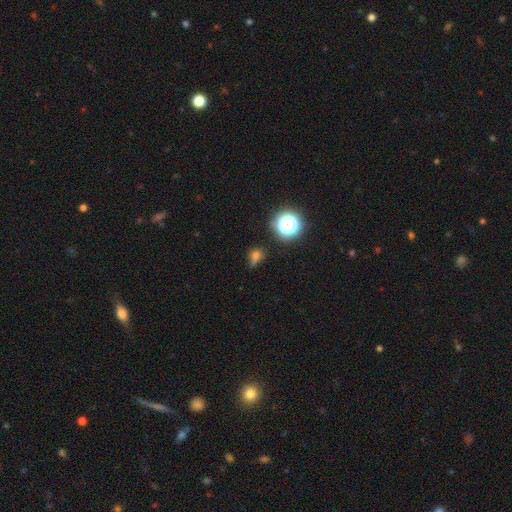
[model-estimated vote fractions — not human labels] A smooth galaxy with no disk features (63%) that is round (55%).

Vote fractions:
- Smooth or featured? smooth: 63% / star or artifact: 26% / featured or disk: 11%
- How rounded? round: 55% / in between: 42% / cigar-shaped: 3%
- Merging? none: 51% / minor disturbance: 28% / major disturbance: 15% / merger: 7%